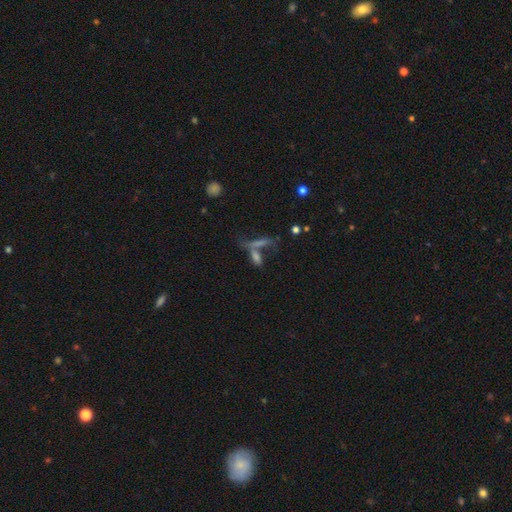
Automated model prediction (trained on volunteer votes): smooth_or_featured: smooth (p=0.50) [alt: featured or disk p=0.30]
how_rounded: cigar-shaped (p=0.59) [alt: in between p=0.34]
merging: merger (p=0.43) [alt: none p=0.39]